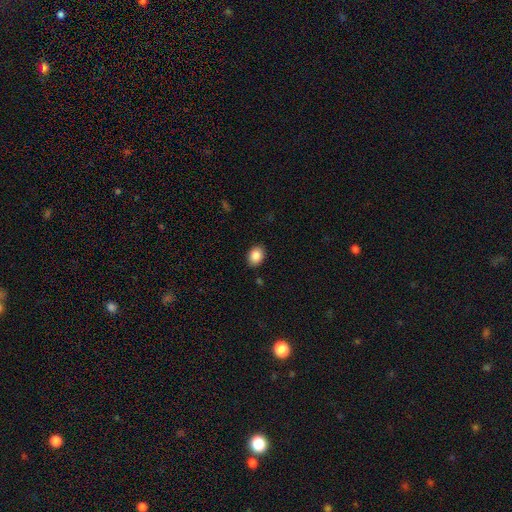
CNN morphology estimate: Smooth or featured?
  - smooth: 88% *
  - star or artifact: 8%
  - featured or disk: 5%
How rounded?
  - in between: 69% *
  - round: 30%
  - cigar-shaped: 1%
Merging?
  - none: 88% *
  - minor disturbance: 9%
  - major disturbance: 2%
  - merger: 1%